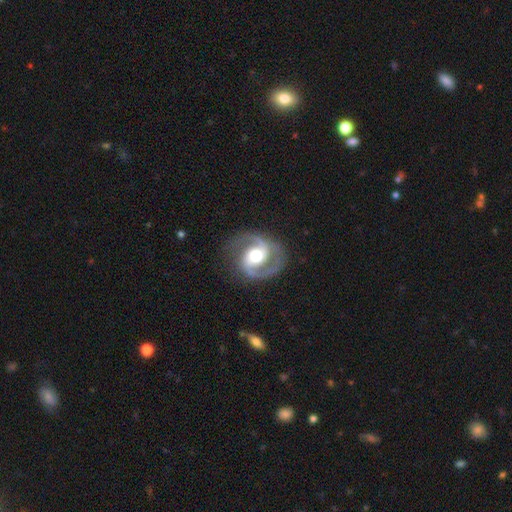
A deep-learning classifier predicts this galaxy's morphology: A featured or disk galaxy (89%) with a weak bar (39%), 2 (92%) medium (59%) spiral arms (96%) and a moderate central bulge (58%).

Vote fractions:
- Smooth or featured? featured or disk: 89% / smooth: 7% / star or artifact: 4%
- Edge-on disk? no: 98% / yes: 2%
- Bar? weak: 39% / no: 38% / strong: 23%
- Spiral arms? yes: 96% / no: 4%
- Spiral winding? medium: 59% / tight: 24% / loose: 18%
- Spiral arm count? 2: 92% / 1: 2% / can't tell: 2% / 3: 1% / 4: 1% / more than 4: 1%
- Bulge size? moderate: 58% / large: 32% / small: 6% / dominant: 3% / none: 1%
- Merging? none: 80% / minor disturbance: 12% / major disturbance: 6% / merger: 1%